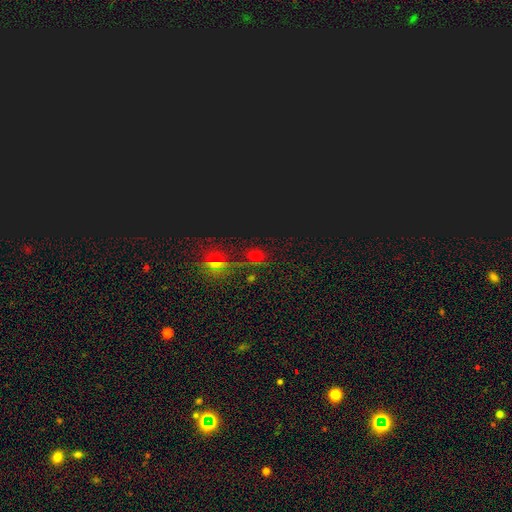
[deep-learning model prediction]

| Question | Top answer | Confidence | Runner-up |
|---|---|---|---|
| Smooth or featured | star or artifact | 67% | smooth (25%) |